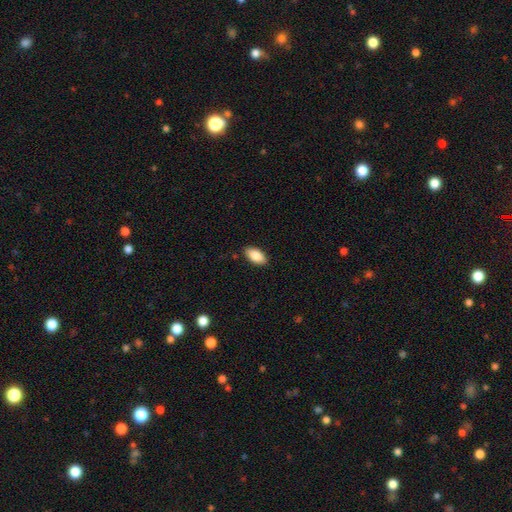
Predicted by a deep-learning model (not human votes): smooth_or_featured: smooth (p=0.88) [alt: star or artifact p=0.07]
how_rounded: in between (p=0.93) [alt: cigar-shaped p=0.04]
merging: none (p=0.88) [alt: minor disturbance p=0.09]